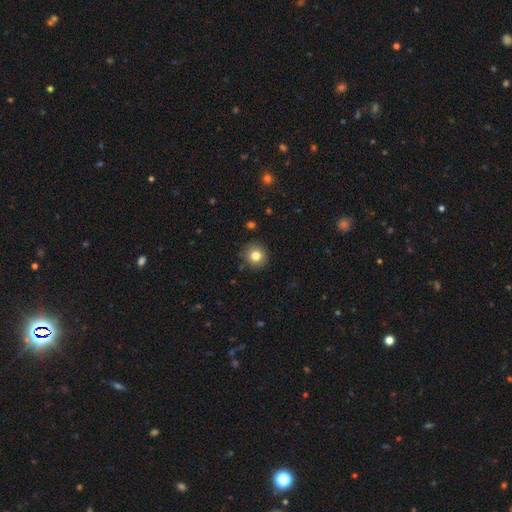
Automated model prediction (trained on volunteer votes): Smooth or featured? smooth (82%)
How rounded? round (91%)
Merging? none (89%)